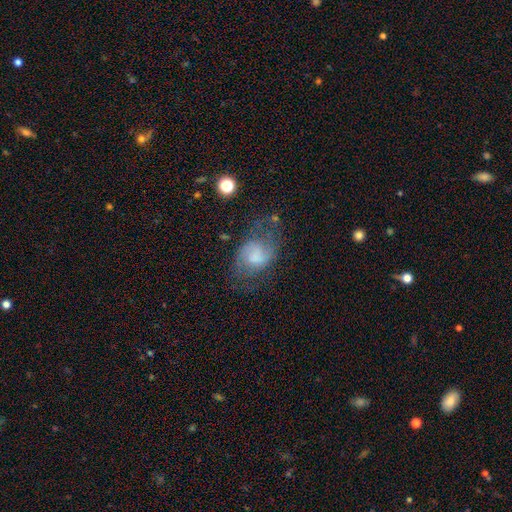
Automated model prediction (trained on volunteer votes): Overall: featured or disk (54%; smooth 36%). Edge-on disk: no (97%). Bar: no (51%; weak 41%). Spiral arms: yes (80%). Bulge size: none (33%; moderate 25%). Merging: none (46%; minor disturbance 25%).